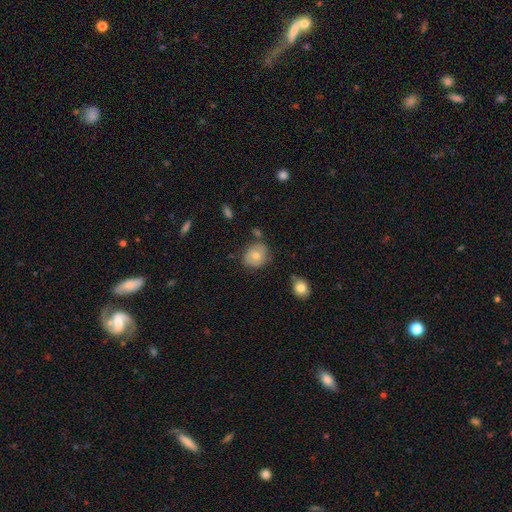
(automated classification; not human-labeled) Morphology: type=smooth (67%); roundness=round (72%); merging=none (69%).